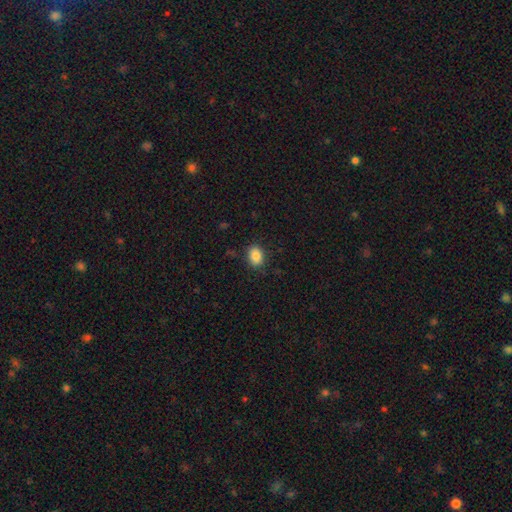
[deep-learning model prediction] smooth 86%, star or artifact 9%, featured or disk 5%. Down the decision tree: how rounded — in between (70%); merging — none (85%).